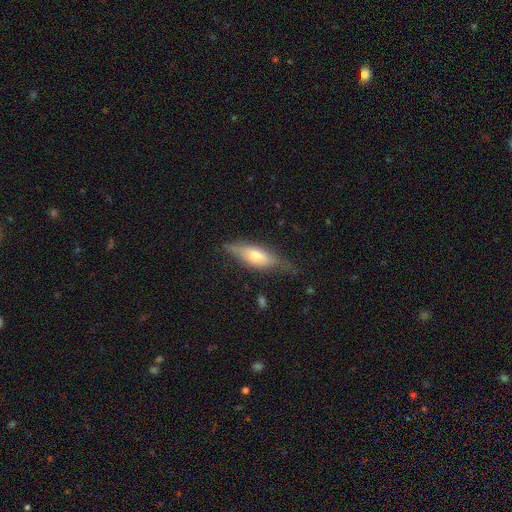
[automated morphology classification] Smooth or featured?
  - smooth: 53% *
  - featured or disk: 41%
  - star or artifact: 7%
How rounded?
  - in between: 56% *
  - cigar-shaped: 41%
  - round: 2%
Merging?
  - none: 62% *
  - minor disturbance: 28%
  - major disturbance: 8%
  - merger: 2%